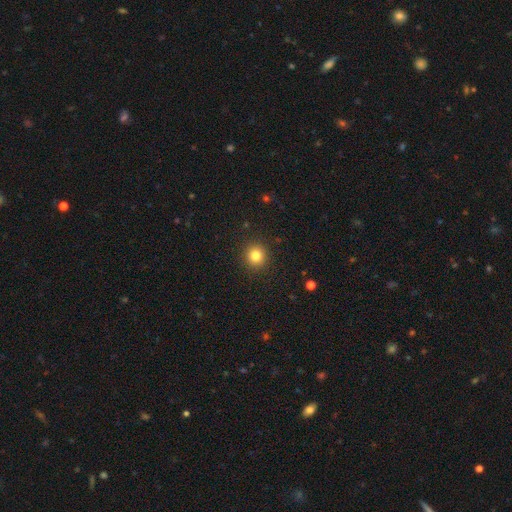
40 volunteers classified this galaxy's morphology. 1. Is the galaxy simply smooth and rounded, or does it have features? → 88% smooth, 8% featured or disk, 5% star or artifact.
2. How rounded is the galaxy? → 91% round, 9% in between, 0% cigar-shaped.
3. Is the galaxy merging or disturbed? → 100% none, 0% minor disturbance, 0% major disturbance, 0% merger.